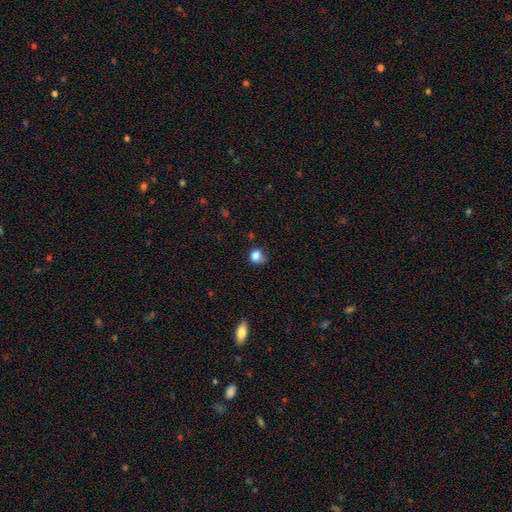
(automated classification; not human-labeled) Overall: smooth (82%). How rounded: round (70%). Merging: none (52%; minor disturbance 34%).